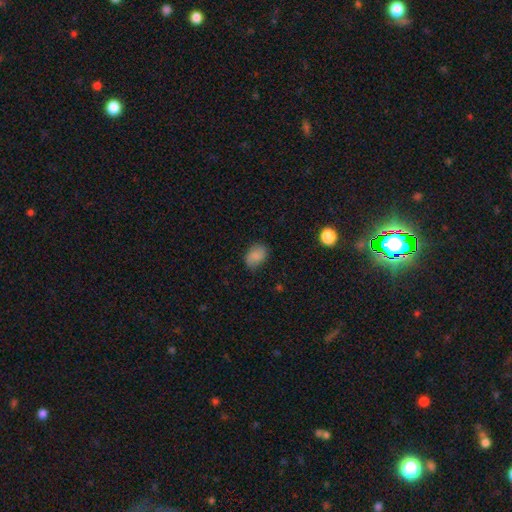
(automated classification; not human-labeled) smooth 82%, star or artifact 9%, featured or disk 9%. Down the decision tree: how rounded — in between (74%); merging — none (71%).